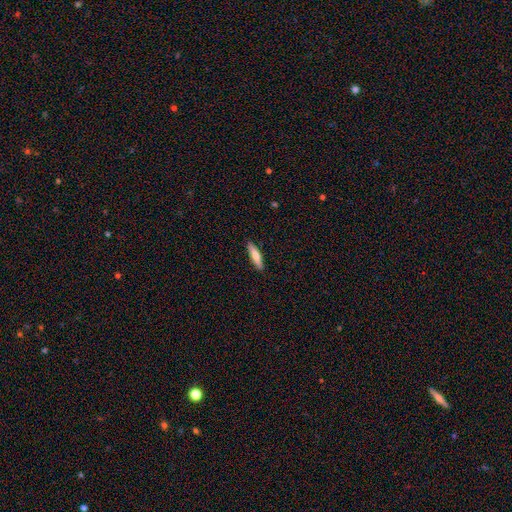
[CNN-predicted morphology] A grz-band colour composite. It shows a smooth galaxy with no disk features (75%) that is cigar-shaped (76%). Merging: none (89%).